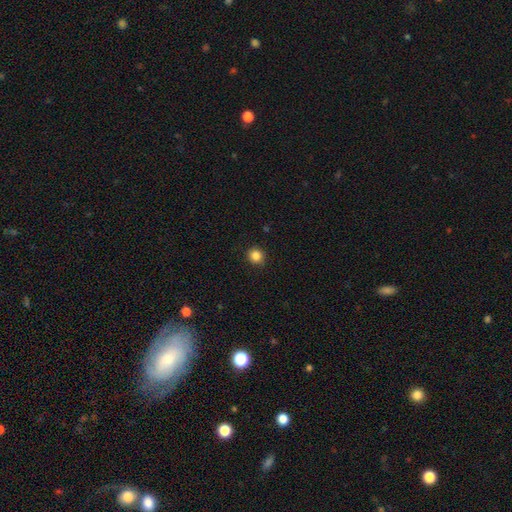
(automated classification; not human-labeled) smooth 85%, star or artifact 11%, featured or disk 4%. Down the decision tree: how rounded — round (91%); merging — none (91%).